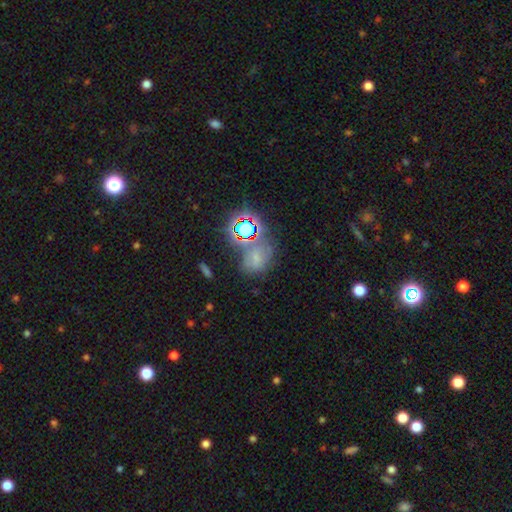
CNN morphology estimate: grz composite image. It shows a smooth galaxy with no disk features (44%). Merging: none (53%).